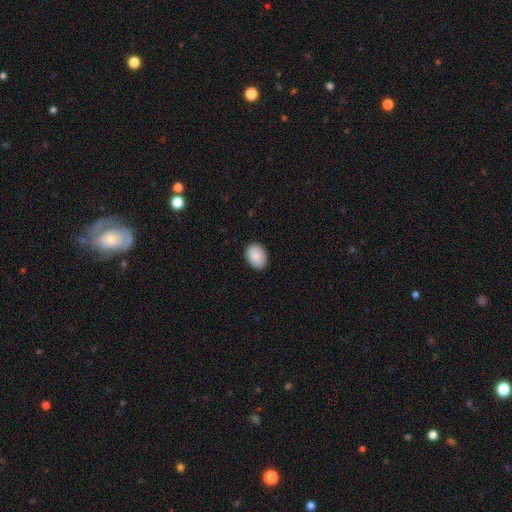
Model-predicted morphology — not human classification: Smooth or featured? smooth (89%)
How rounded? in between (76%)
Merging? none (88%)